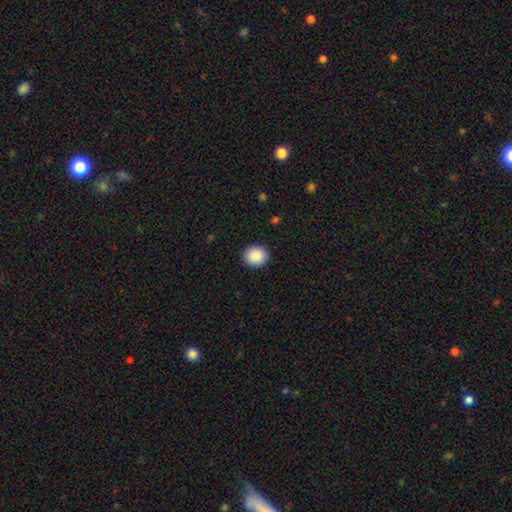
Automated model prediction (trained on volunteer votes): smooth-or-featured: smooth: 90% | star or artifact: 7% | featured or disk: 3%
  how-rounded: round: 73% | in between: 26% | cigar-shaped: 1%
  merging: none: 91% | minor disturbance: 6% | major disturbance: 2% | merger: 1%